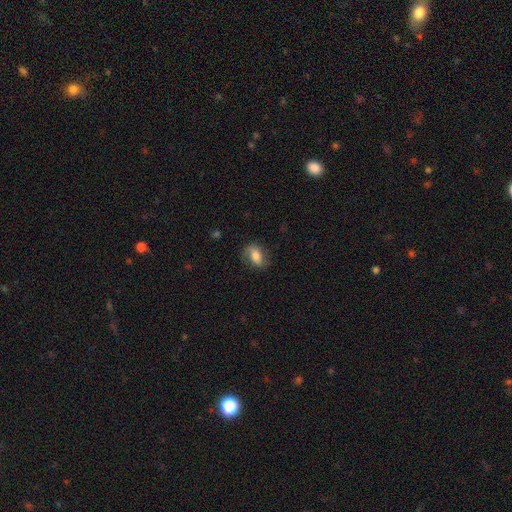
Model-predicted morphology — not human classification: A smooth galaxy with no disk features (56%) that is in between round and cigar-shaped (80%).

Vote fractions:
- Smooth or featured? smooth: 56% / featured or disk: 36% / star or artifact: 8%
- How rounded? in between: 80% / round: 16% / cigar-shaped: 3%
- Merging? none: 70% / minor disturbance: 20% / major disturbance: 9% / merger: 1%